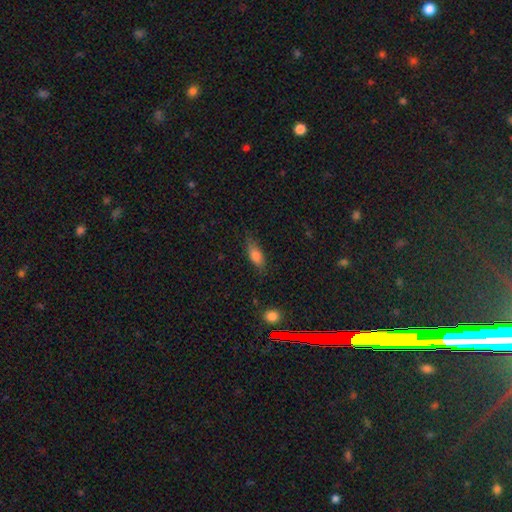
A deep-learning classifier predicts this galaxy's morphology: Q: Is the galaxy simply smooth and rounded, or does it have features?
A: smooth — 76%.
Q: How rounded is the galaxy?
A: in between — 73%.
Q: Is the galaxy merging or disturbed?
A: none — 71%.